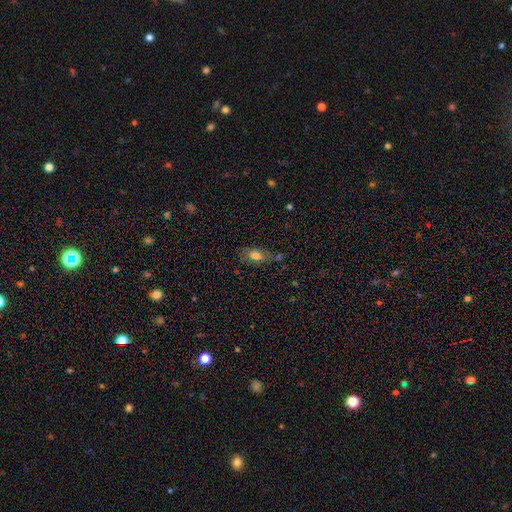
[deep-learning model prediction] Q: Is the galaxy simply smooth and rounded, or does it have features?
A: smooth — 72%.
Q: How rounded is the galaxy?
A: in between — 86%.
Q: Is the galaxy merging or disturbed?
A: none — 59%.